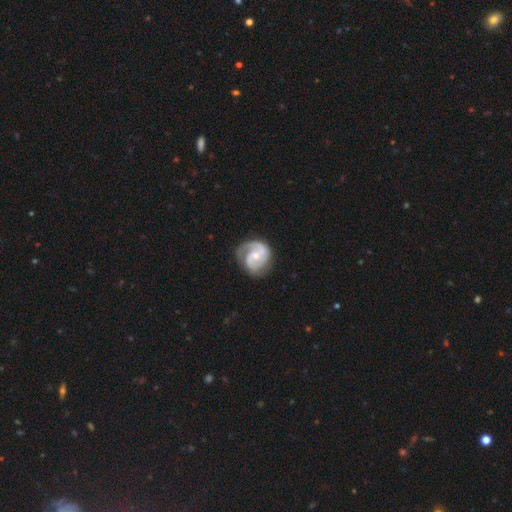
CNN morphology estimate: featured or disk 86%, smooth 10%, star or artifact 4%. Down the decision tree: edge-on disk — no (98%); bar — no (53%); spiral arms — yes (97%); spiral arm count — 2 (77%); spiral winding — medium (49%); bulge size — small (54%); merging — none (72%).